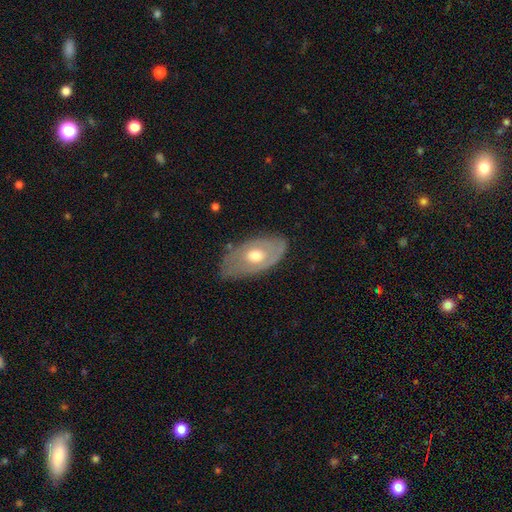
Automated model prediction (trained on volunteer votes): Smooth or featured? featured or disk (58%)
Edge-on disk? no (85%)
Merging? none (71%)